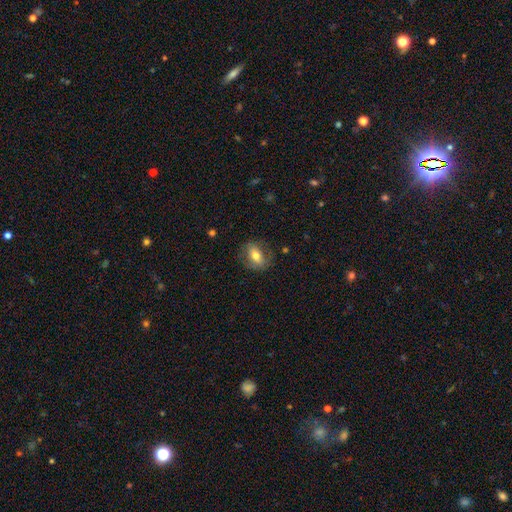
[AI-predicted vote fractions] Smooth or featured? Predicted: smooth (p=0.58). How rounded? Predicted: in between (p=0.72). Merging? Predicted: none (p=0.73).